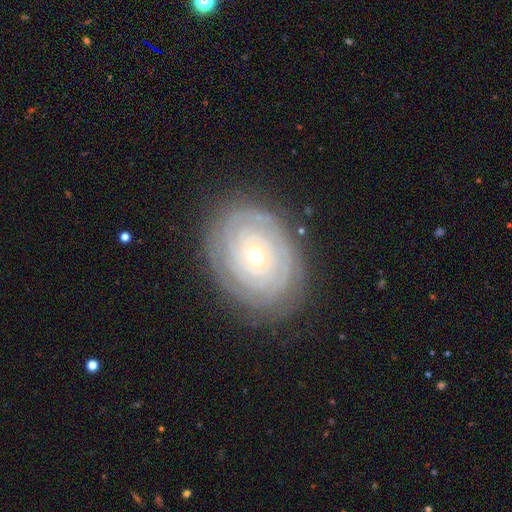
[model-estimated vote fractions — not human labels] Smooth or featured: featured or disk — 83% (smooth — 11%)
Edge-on disk: no — 96% (yes — 4%)
Bar: no — 82% (weak — 12%)
Spiral arms: yes — 92% (no — 8%)
Spiral winding: tight — 90% (medium — 8%)
Spiral arm count: can't tell — 38% (2 — 21%)
Bulge size: small — 52% (moderate — 44%)
Merging: none — 83% (minor disturbance — 12%)